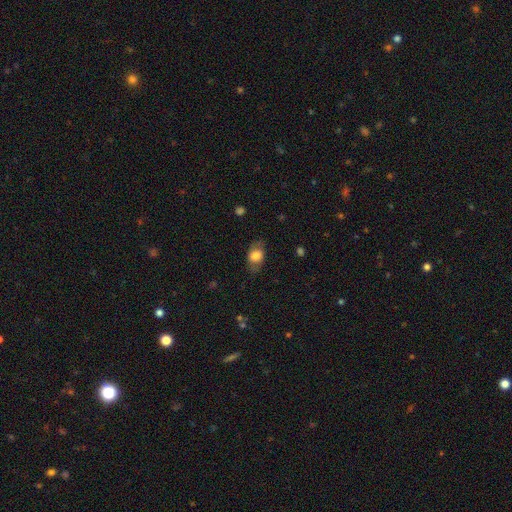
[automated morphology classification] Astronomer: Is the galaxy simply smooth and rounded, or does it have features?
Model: smooth — 70%.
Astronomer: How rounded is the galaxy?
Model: in between — 83%.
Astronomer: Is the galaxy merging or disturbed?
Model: none — 73%.